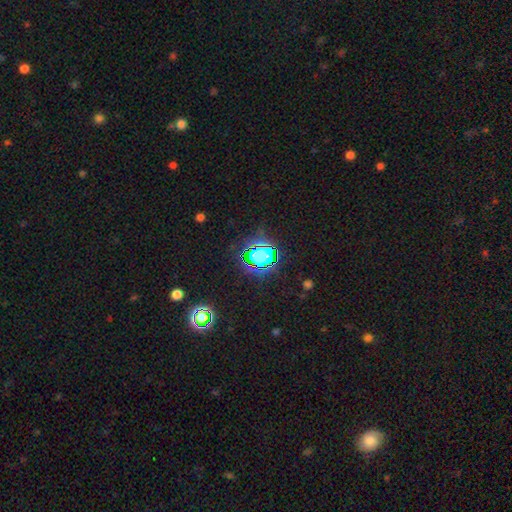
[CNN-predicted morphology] Smooth or featured: star or artifact — 80% (smooth — 12%)